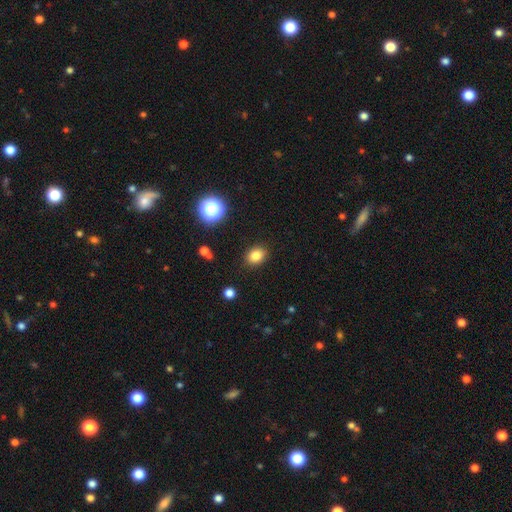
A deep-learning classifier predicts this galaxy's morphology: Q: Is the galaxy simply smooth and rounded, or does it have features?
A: smooth — 83%.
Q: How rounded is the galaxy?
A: in between — 58%.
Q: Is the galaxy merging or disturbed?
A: none — 87%.